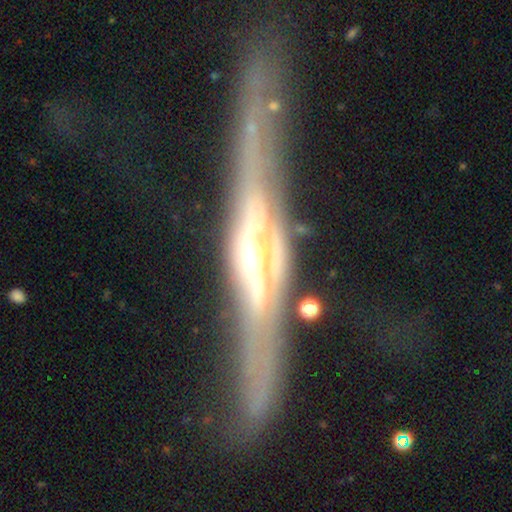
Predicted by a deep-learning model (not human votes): Smooth or featured: featured or disk — 83% (smooth — 10%)
Edge-on disk: yes — 91% (no — 9%)
Edge-on bulge: rounded — 72% (boxy — 15%)
Merging: none — 74% (minor disturbance — 16%)